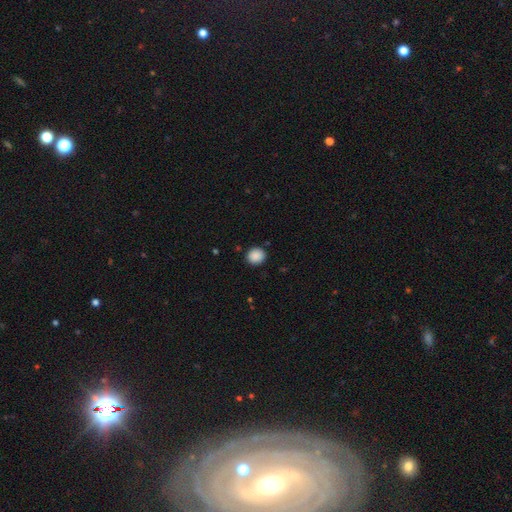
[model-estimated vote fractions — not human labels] Smooth or featured? smooth (89%)
How rounded? round (86%)
Merging? none (90%)